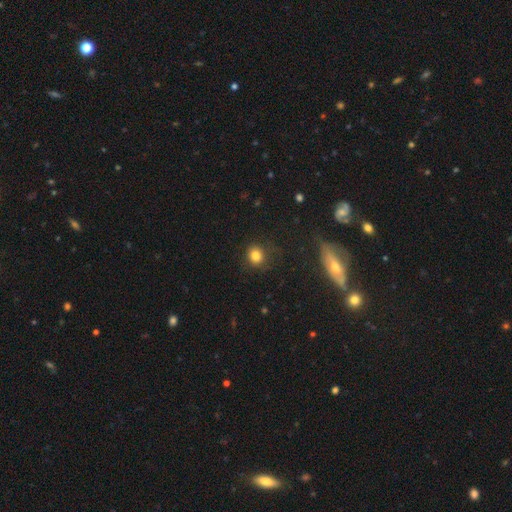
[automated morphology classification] This appears to be a smooth galaxy with no disk features (82%) that is round (79%). Merging: none (82%).